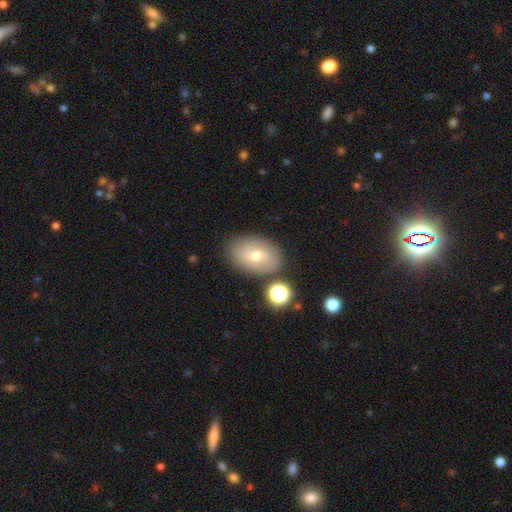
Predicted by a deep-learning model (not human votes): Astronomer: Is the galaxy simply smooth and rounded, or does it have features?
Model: smooth — 62%.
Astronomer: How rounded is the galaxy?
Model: in between — 83%.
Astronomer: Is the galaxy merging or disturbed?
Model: none — 77%.